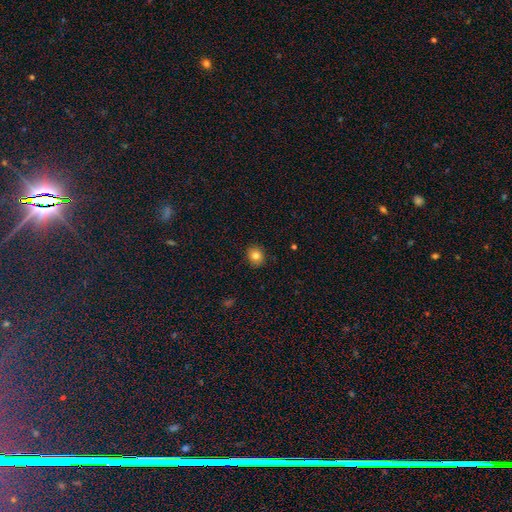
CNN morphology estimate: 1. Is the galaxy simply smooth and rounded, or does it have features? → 82% smooth, 11% star or artifact, 7% featured or disk.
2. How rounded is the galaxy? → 75% round, 25% in between, 1% cigar-shaped.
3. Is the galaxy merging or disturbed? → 90% none, 7% minor disturbance, 2% major disturbance, 1% merger.